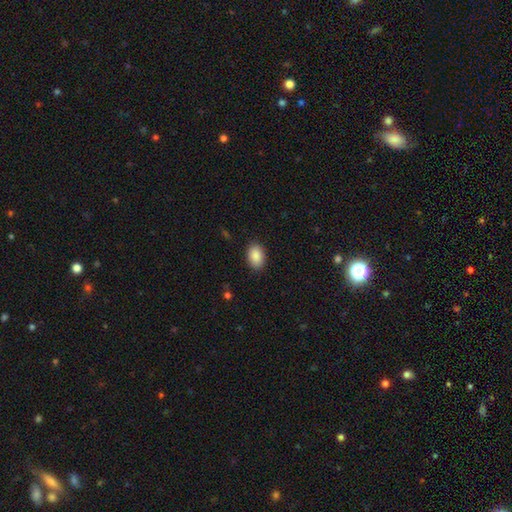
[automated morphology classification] This appears to be a smooth galaxy with no disk features (89%) that is in between round and cigar-shaped (86%). Merging: none (88%).